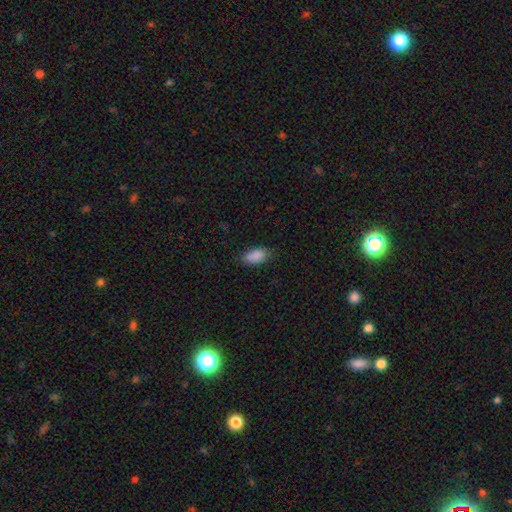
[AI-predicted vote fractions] This is clearly a smooth galaxy (88%). How rounded: clearly in between (92%). Merging: likely none (79%).